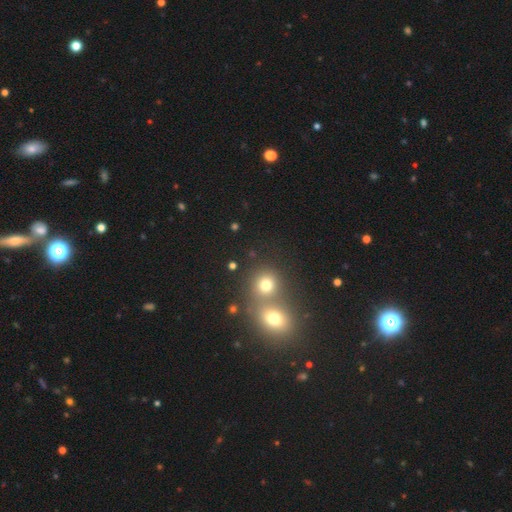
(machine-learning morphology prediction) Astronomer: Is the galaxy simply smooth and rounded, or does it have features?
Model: smooth — 54% (runner-up: star or artifact, 34%).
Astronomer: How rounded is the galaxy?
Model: round — 79%.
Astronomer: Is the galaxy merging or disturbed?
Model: merger — 48% (runner-up: none, 44%).